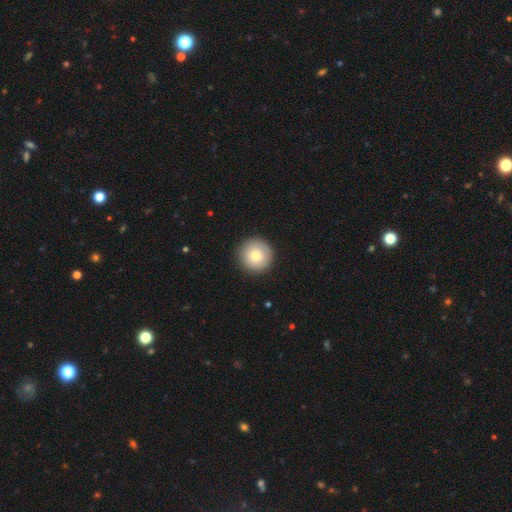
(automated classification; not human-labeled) The model was most divided on "smooth or featured": smooth: 79%, featured or disk: 13%, star or artifact: 8%. More confident: how rounded — round (96%); merging — none (92%).